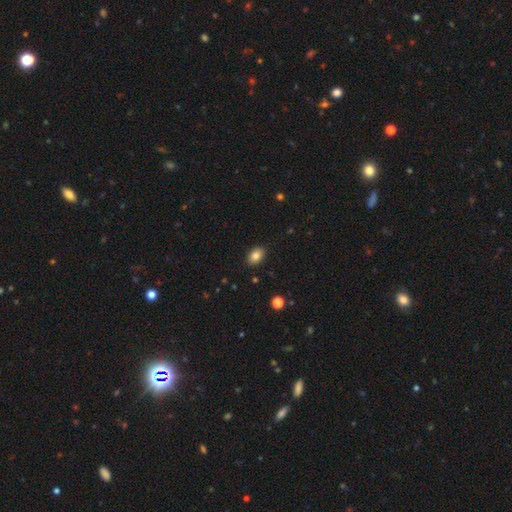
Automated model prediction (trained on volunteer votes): The model was most divided on "how rounded": in between: 84%, round: 15%, cigar-shaped: 1%. More confident: merging — none (89%); smooth or featured — smooth (84%).